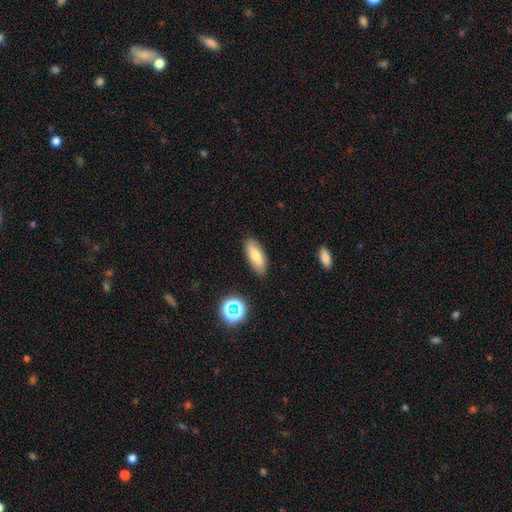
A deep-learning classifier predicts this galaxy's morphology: The model was most divided on "how rounded": in between: 75%, cigar-shaped: 22%, round: 3%. More confident: merging — none (87%); smooth or featured — smooth (75%).